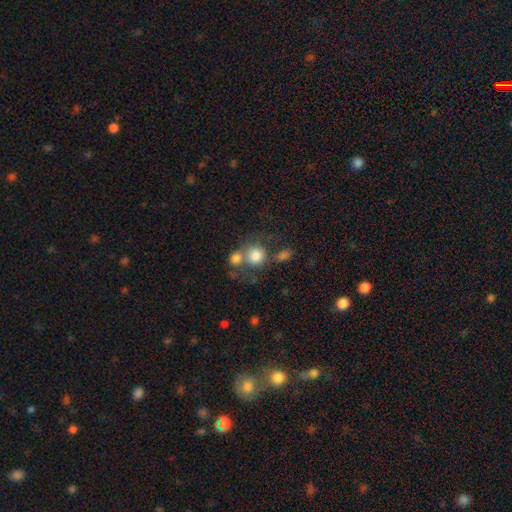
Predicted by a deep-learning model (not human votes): Smooth or featured? Predicted: smooth (p=0.76). How rounded? Predicted: round (p=0.84). Merging? Predicted: none (p=0.41).